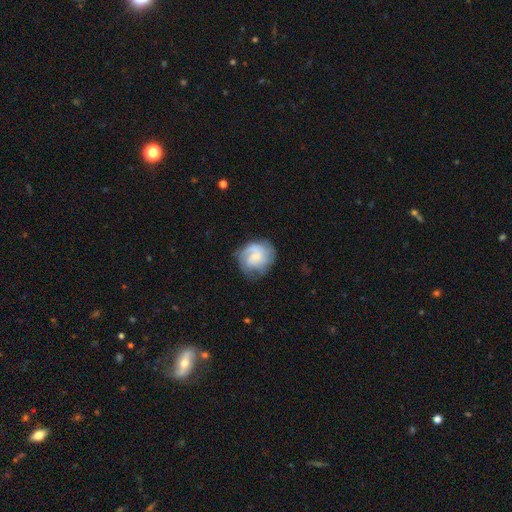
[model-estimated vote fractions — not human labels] A featured or disk galaxy (56%) with no bar (62%), spiral arms (87%) and a small central bulge (51%).

Vote fractions:
- Smooth or featured? featured or disk: 56% / smooth: 37% / star or artifact: 7%
- Edge-on disk? no: 98% / yes: 2%
- Bar? no: 62% / weak: 33% / strong: 5%
- Spiral arms? yes: 87% / no: 13%
- Bulge size? small: 51% / moderate: 24% / none: 20% / large: 4% / dominant: 2%
- Merging? none: 65% / minor disturbance: 22% / major disturbance: 11% / merger: 2%